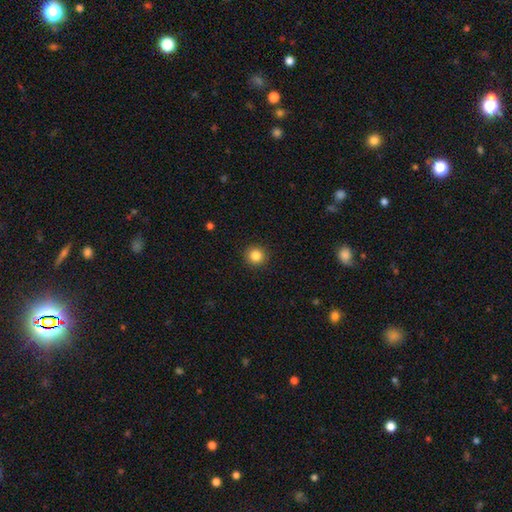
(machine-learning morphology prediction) Q: Smooth or featured?
A: smooth (84%); runner-up: star or artifact (11%)
Q: How rounded?
A: round (94%); runner-up: in between (5%)
Q: Merging?
A: none (92%); runner-up: minor disturbance (5%)